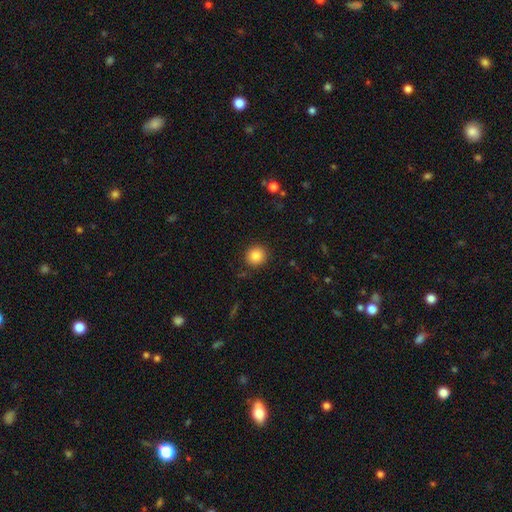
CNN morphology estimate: smooth-or-featured: smooth: 85% | star or artifact: 10% | featured or disk: 5%
  how-rounded: round: 92% | in between: 7% | cigar-shaped: 1%
  merging: none: 90% | minor disturbance: 7% | major disturbance: 2% | merger: 1%